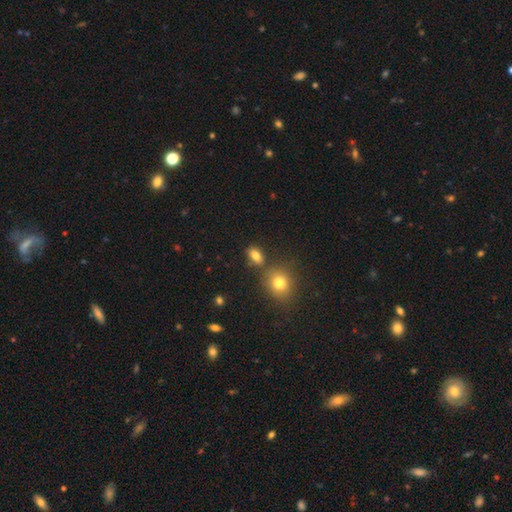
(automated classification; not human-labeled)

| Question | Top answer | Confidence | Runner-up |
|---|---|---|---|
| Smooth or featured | smooth | 78% | star or artifact (13%) |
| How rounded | in between | 78% | round (18%) |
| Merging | none | 70% | minor disturbance (13%) |